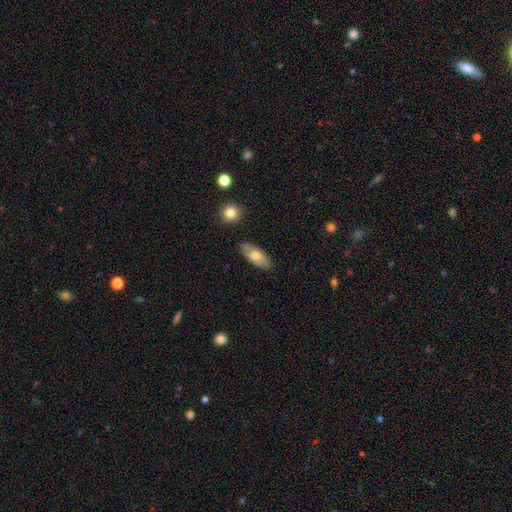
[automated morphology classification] smooth 74%, featured or disk 20%, star or artifact 6%. Down the decision tree: how rounded — in between (83%); merging — none (81%).